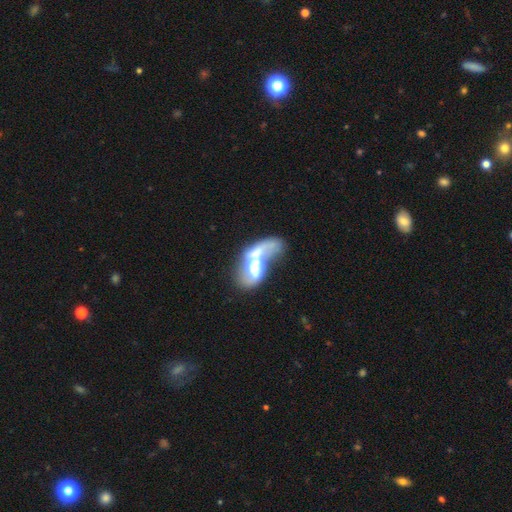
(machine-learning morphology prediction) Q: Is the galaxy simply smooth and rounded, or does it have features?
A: featured or disk — 58%.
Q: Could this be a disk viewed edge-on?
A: no — 93%.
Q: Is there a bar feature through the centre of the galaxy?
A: no — 62%.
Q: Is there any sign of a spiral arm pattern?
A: no — 56%.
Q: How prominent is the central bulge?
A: moderate — 42%.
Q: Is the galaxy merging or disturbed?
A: merger — 53%.